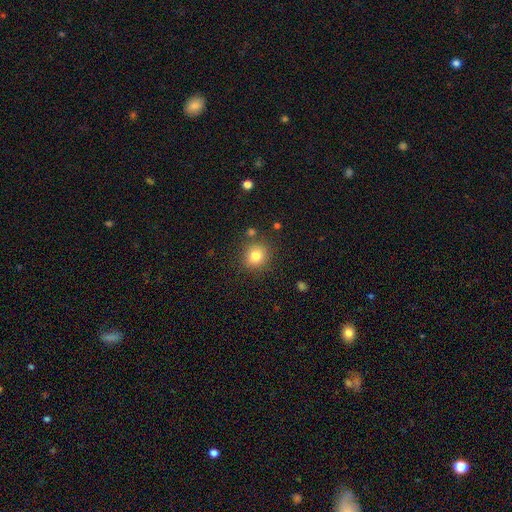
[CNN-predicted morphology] smooth_or_featured: smooth (p=0.81) [alt: star or artifact p=0.12]
how_rounded: round (p=0.82) [alt: in between p=0.17]
merging: none (p=0.83) [alt: minor disturbance p=0.09]